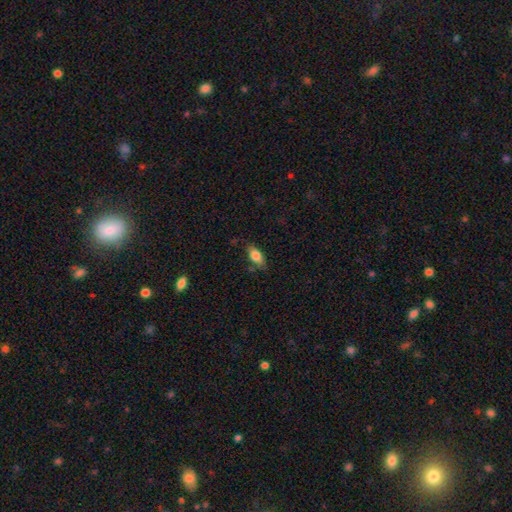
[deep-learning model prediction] smooth 79%, featured or disk 13%, star or artifact 8%. Down the decision tree: how rounded — in between (84%); merging — none (75%).